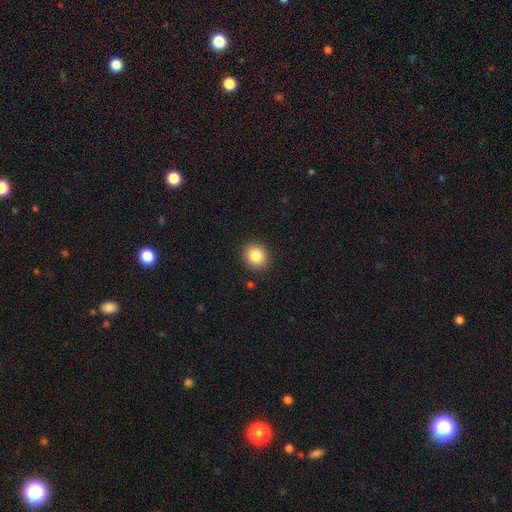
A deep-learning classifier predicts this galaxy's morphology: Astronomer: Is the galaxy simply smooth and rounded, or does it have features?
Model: smooth — 85%.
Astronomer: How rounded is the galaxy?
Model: round — 71%.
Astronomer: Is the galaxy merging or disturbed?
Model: none — 90%.